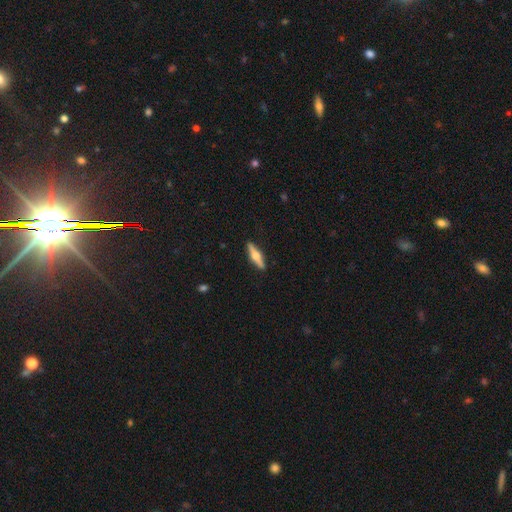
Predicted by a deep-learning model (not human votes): The model was most divided on "smooth or featured": featured or disk: 65%, smooth: 30%, star or artifact: 5%. More confident: edge-on disk — yes (97%); edge-on bulge — rounded (94%); merging — none (90%).